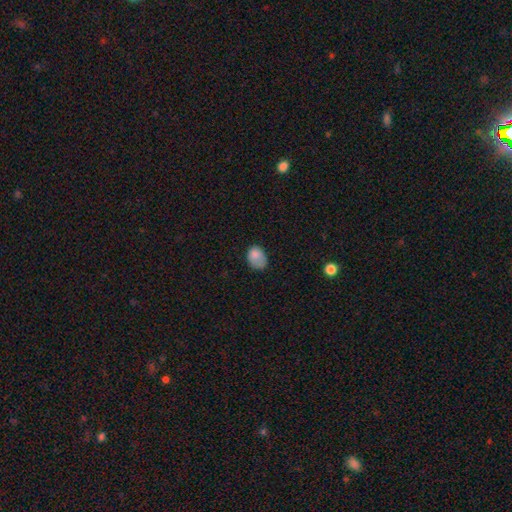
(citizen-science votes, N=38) Volunteers were most divided on "how rounded": round: 55%, in between: 45%, cigar-shaped: 0%. Remaining: smooth or featured — smooth (87%); merging — none (44%).